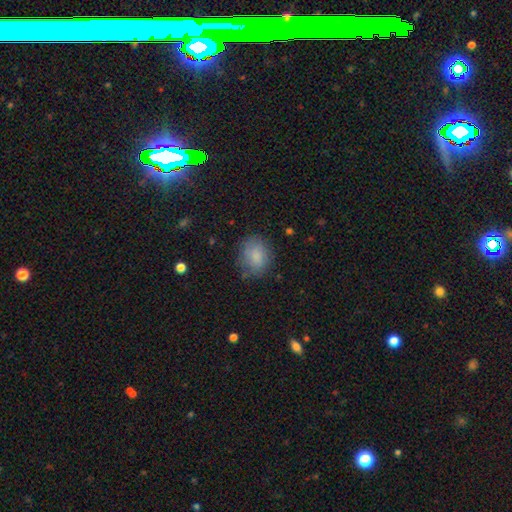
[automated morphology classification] Smooth or featured: smooth — 84% (featured or disk — 8%)
How rounded: in between — 52% (round — 47%)
Merging: none — 74% (minor disturbance — 18%)